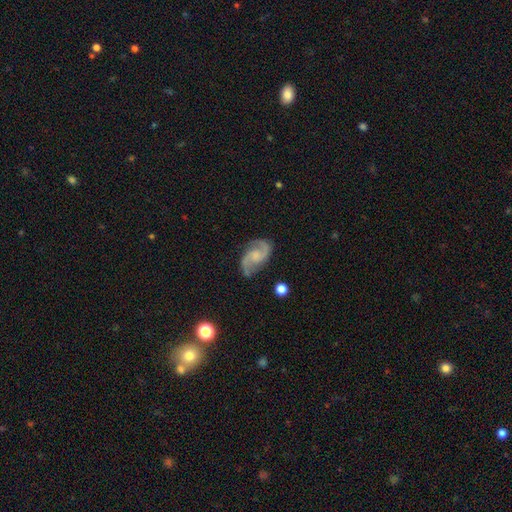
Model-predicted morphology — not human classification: Overall: featured or disk (88%). Edge-on disk: no (98%). Bar: no (52%; weak 41%). Spiral arms: yes (98%). Spiral arm count: 2 (93%). Spiral winding: medium (55%; loose 30%). Bulge size: none (36%; small 29%). Merging: none (80%).